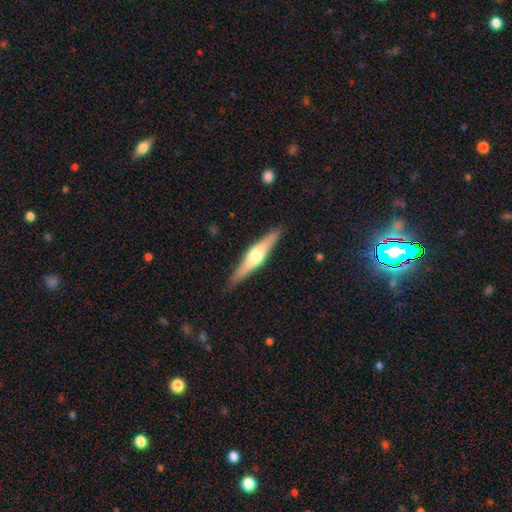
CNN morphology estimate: Smooth or featured?
  - featured or disk: 63% *
  - smooth: 32%
  - star or artifact: 5%
Edge-on disk?
  - yes: 96% *
  - no: 4%
Edge-on bulge?
  - rounded: 90% *
  - boxy: 6%
  - none: 4%
Merging?
  - none: 88% *
  - minor disturbance: 9%
  - major disturbance: 2%
  - merger: 1%